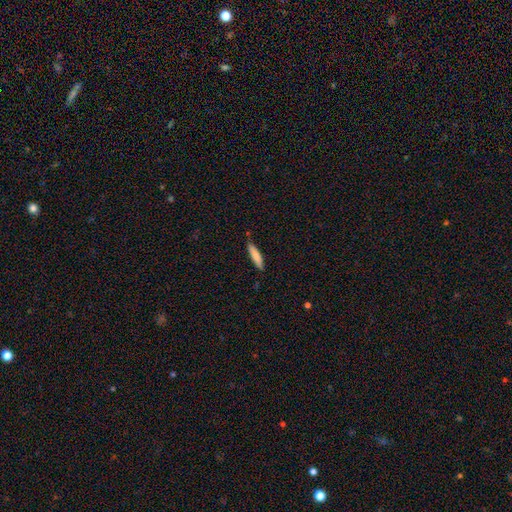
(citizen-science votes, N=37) smooth-or-featured: smooth: 84% | featured or disk: 14% | star or artifact: 3%
  how-rounded: cigar-shaped: 90% | in between: 10% | round: 0%
  merging: none: 89% | minor disturbance: 8% | major disturbance: 3% | merger: 0%